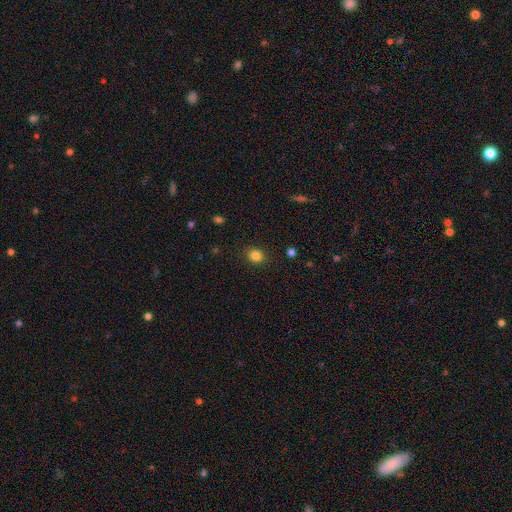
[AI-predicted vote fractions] This appears to be a smooth galaxy with no disk features (84%) that is round (73%). Merging: none (89%).